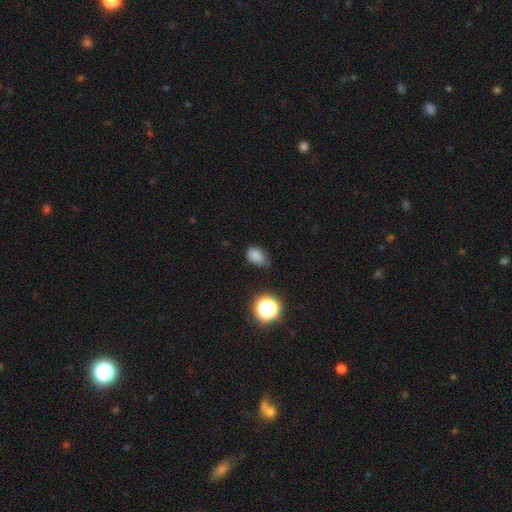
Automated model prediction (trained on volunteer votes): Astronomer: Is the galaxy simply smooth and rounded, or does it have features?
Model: smooth — 79%.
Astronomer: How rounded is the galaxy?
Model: in between — 75%.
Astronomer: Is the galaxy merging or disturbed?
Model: none — 57% (runner-up: minor disturbance, 33%).